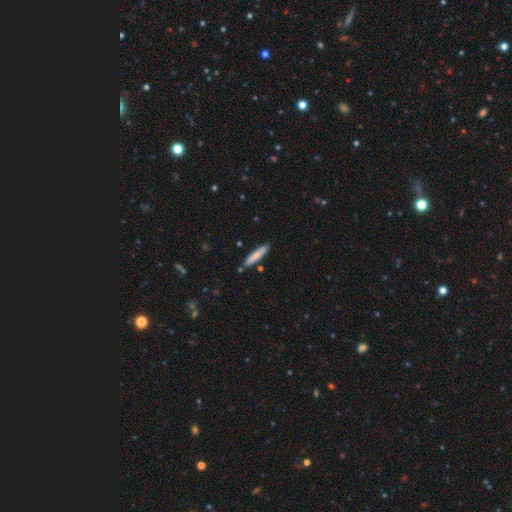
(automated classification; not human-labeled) Smooth or featured: smooth — 76% (featured or disk — 18%)
How rounded: cigar-shaped — 88% (in between — 11%)
Merging: none — 85% (minor disturbance — 10%)